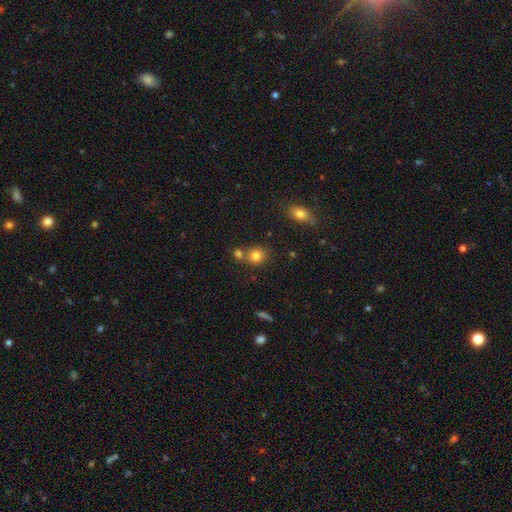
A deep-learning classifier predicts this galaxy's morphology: Smooth or featured?
  - smooth: 80% *
  - star or artifact: 12%
  - featured or disk: 8%
How rounded?
  - round: 81% *
  - in between: 18%
  - cigar-shaped: 1%
Merging?
  - none: 62% *
  - merger: 26%
  - minor disturbance: 9%
  - major disturbance: 3%